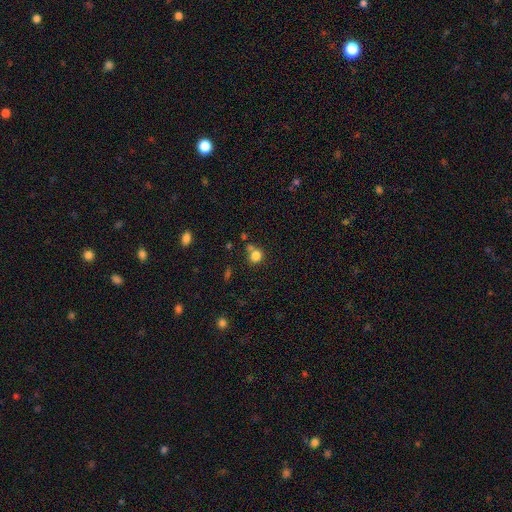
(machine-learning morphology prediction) smooth_or_featured: smooth (p=0.81) [alt: star or artifact p=0.12]
how_rounded: round (p=0.79) [alt: in between p=0.20]
merging: none (p=0.59) [alt: merger p=0.22]